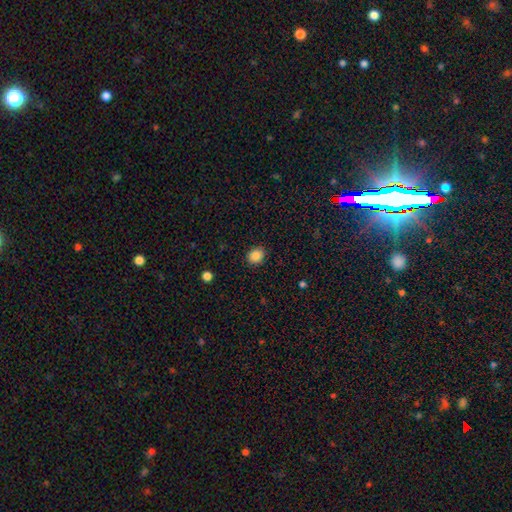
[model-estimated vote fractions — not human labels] Smooth or featured? Predicted: smooth (p=0.86). How rounded? Predicted: round (p=0.66). Merging? Predicted: none (p=0.89).